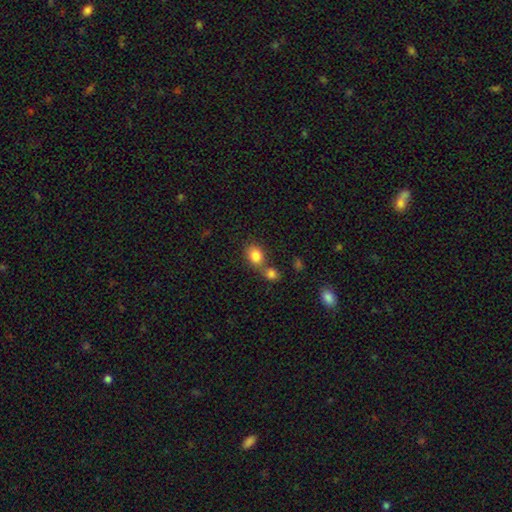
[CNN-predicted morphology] type=smooth (83%); roundness=in between (53%); merging=none (46%).